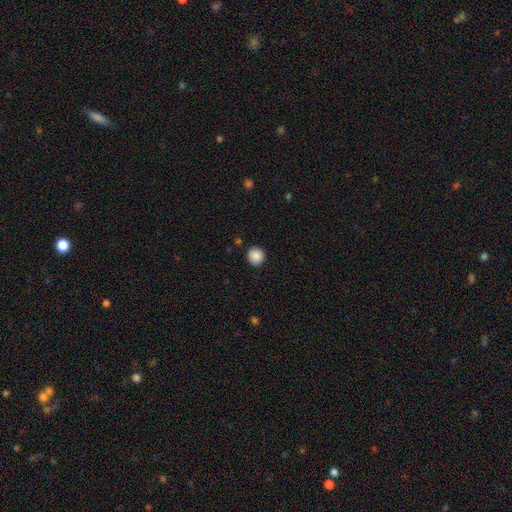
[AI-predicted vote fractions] Smooth or featured: smooth — 88% (star or artifact — 8%)
How rounded: round — 95% (in between — 5%)
Merging: none — 91% (minor disturbance — 6%)